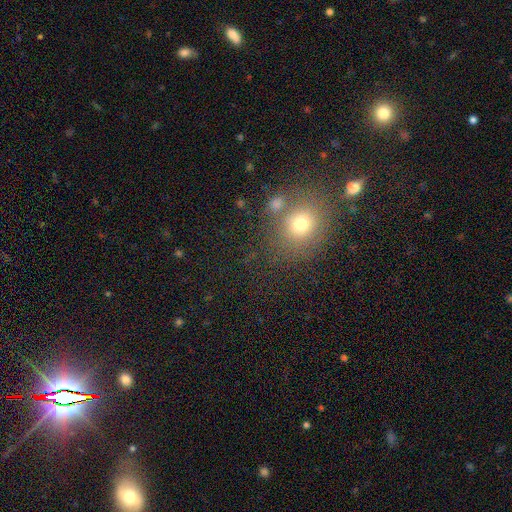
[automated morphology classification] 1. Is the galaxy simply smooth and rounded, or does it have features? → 62% smooth, 28% star or artifact, 9% featured or disk.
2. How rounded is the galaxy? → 71% round, 27% in between, 1% cigar-shaped.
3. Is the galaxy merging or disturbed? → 74% none, 11% merger, 11% minor disturbance, 4% major disturbance.